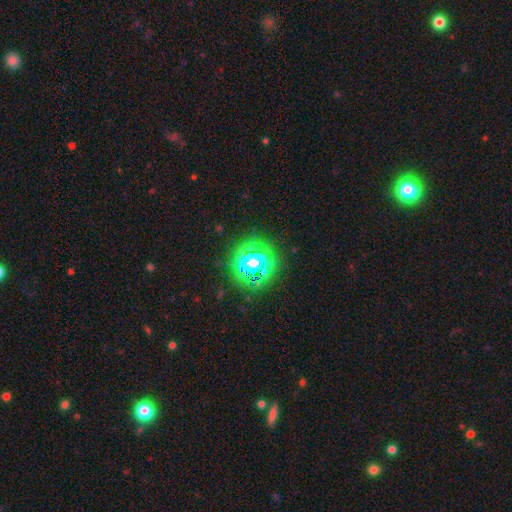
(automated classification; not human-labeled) The model was most divided on "smooth or featured": star or artifact: 58%, smooth: 30%, featured or disk: 12%.